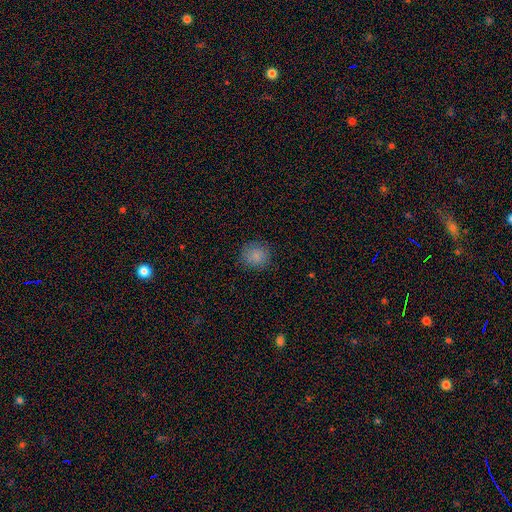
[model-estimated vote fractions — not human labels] Smooth or featured: smooth — 85% (star or artifact — 10%)
How rounded: round — 87% (in between — 12%)
Merging: none — 85% (minor disturbance — 11%)